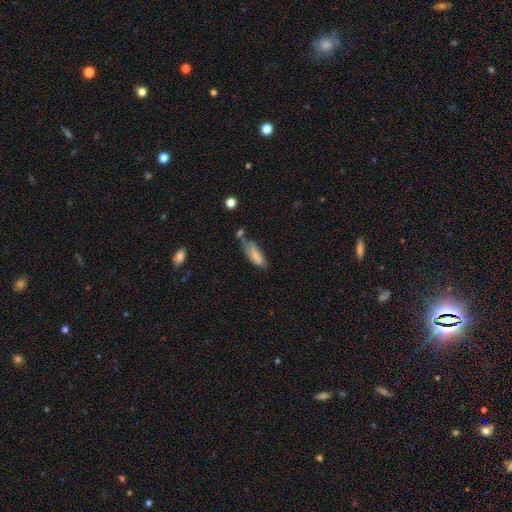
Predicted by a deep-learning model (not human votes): Morphology: type=smooth (75%); roundness=in between (64%); merging=minor disturbance (31%).